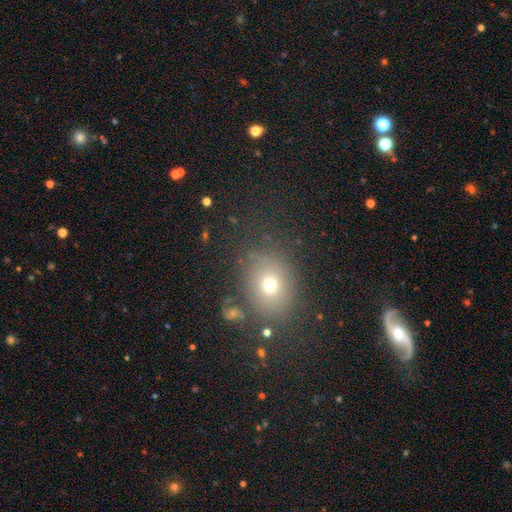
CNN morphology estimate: This is likely a smooth galaxy (63%). How rounded: possibly round (52%). Merging: likely none (78%).